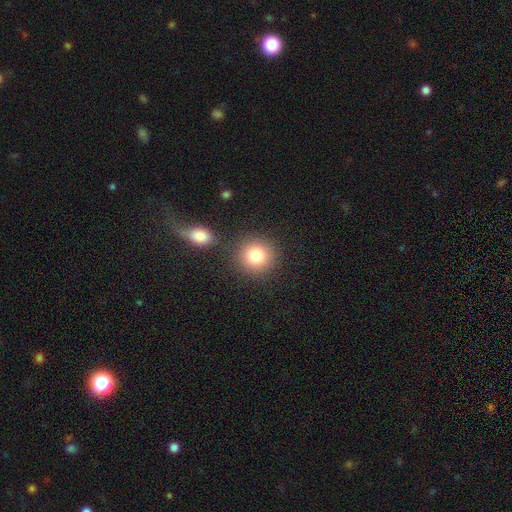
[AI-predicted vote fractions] The model was most divided on "merging": none: 80%, merger: 9%, minor disturbance: 8%, major disturbance: 3%. More confident: how rounded — round (91%); smooth or featured — smooth (82%).